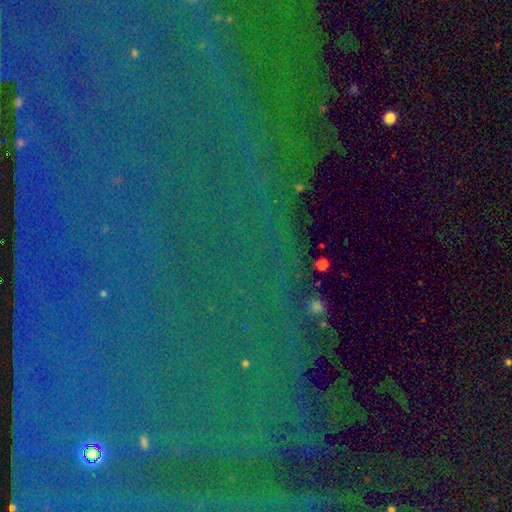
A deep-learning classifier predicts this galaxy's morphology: A star or artifact, not a galaxy (86%).

Vote fractions:
- Smooth or featured? star or artifact: 86% / featured or disk: 7% / smooth: 6%